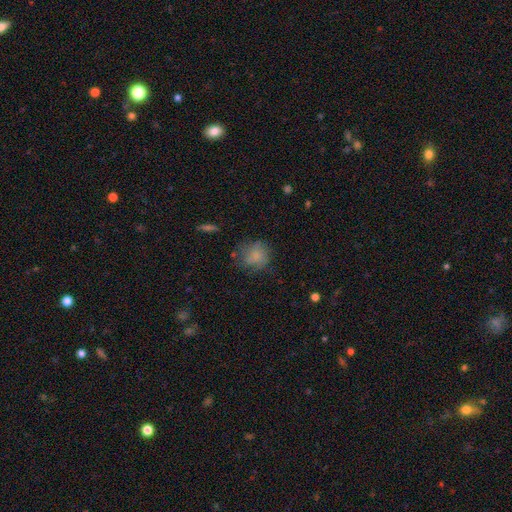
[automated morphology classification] A smooth galaxy with no disk features (72%) that is round (80%).

Vote fractions:
- Smooth or featured? smooth: 72% / featured or disk: 17% / star or artifact: 10%
- How rounded? round: 80% / in between: 18% / cigar-shaped: 1%
- Merging? none: 60% / minor disturbance: 24% / major disturbance: 13% / merger: 3%